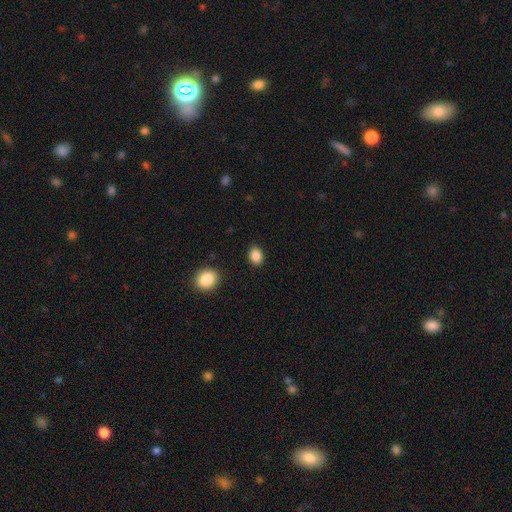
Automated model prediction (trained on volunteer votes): The model was most divided on "how rounded": in between: 63%, round: 36%, cigar-shaped: 1%. More confident: merging — none (89%); smooth or featured — smooth (87%).